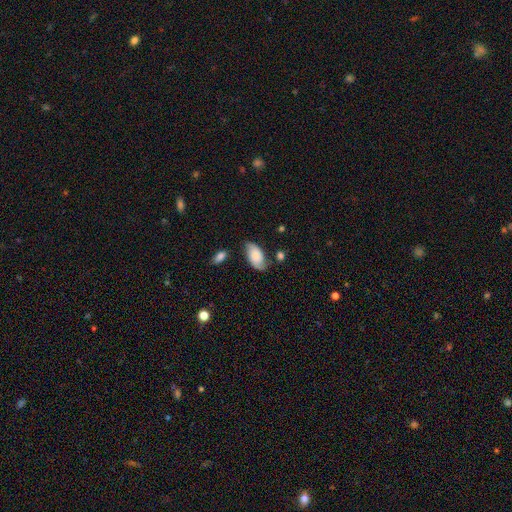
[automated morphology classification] Smooth or featured: smooth — 62% (featured or disk — 31%)
How rounded: in between — 94% (round — 3%)
Merging: none — 64% (minor disturbance — 25%)